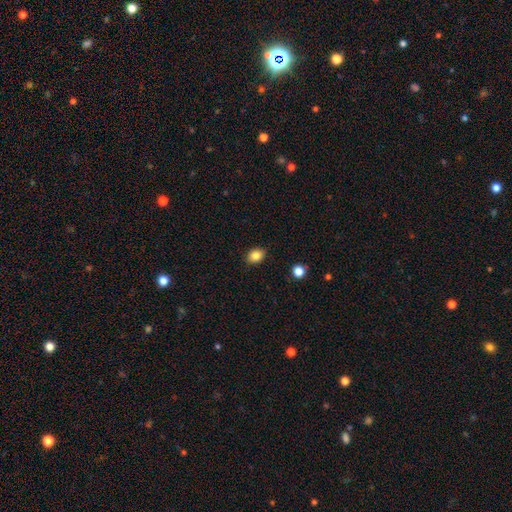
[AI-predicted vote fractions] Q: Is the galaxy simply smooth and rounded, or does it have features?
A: smooth — 84%.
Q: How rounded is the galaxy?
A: in between — 69%.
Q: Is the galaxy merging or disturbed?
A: none — 88%.